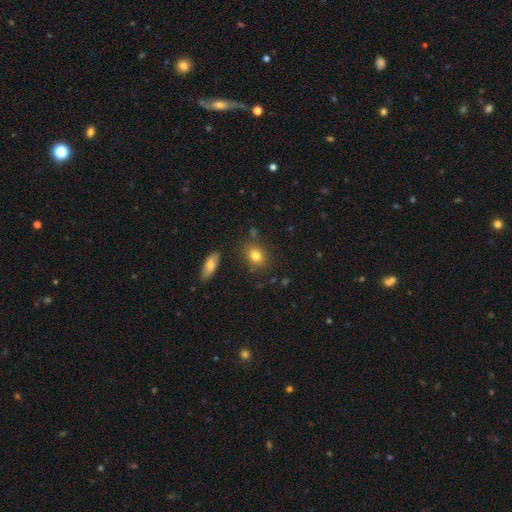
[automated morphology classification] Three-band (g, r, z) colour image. It shows a smooth galaxy with no disk features (80%) that is in between round and cigar-shaped (63%). Merging: none (78%).